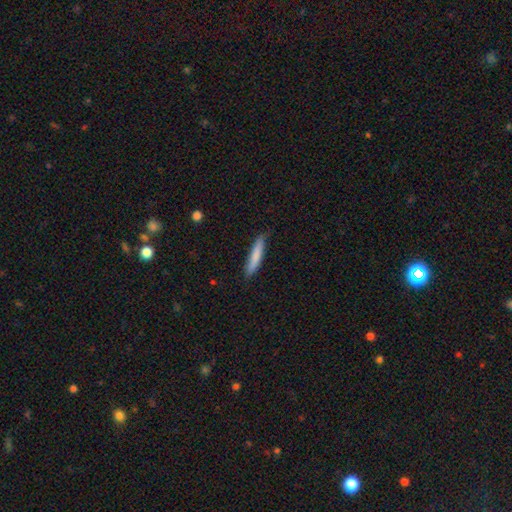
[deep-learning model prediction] Q: Smooth or featured?
A: smooth (79%); runner-up: featured or disk (15%)
Q: How rounded?
A: cigar-shaped (91%); runner-up: in between (8%)
Q: Merging?
A: none (79%); runner-up: minor disturbance (17%)